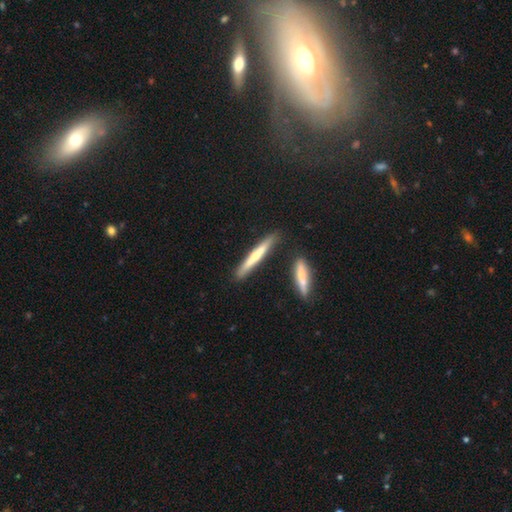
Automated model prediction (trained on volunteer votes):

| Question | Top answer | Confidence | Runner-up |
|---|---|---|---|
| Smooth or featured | smooth | 52% | featured or disk (42%) |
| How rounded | cigar-shaped | 95% | in between (3%) |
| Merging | none | 85% | minor disturbance (9%) |